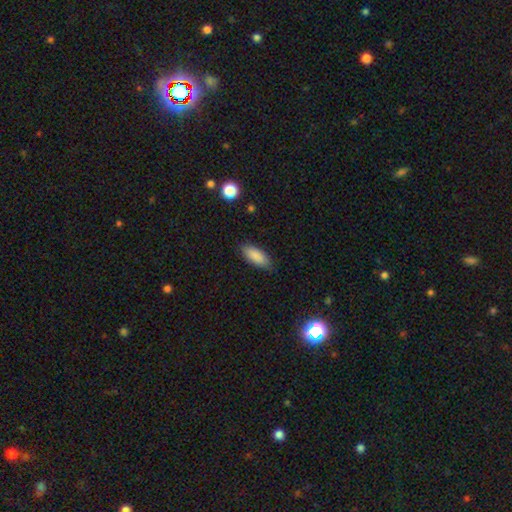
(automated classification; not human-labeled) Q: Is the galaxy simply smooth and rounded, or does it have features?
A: smooth — 87%.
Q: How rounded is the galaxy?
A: in between — 79%.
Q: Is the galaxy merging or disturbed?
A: none — 82%.